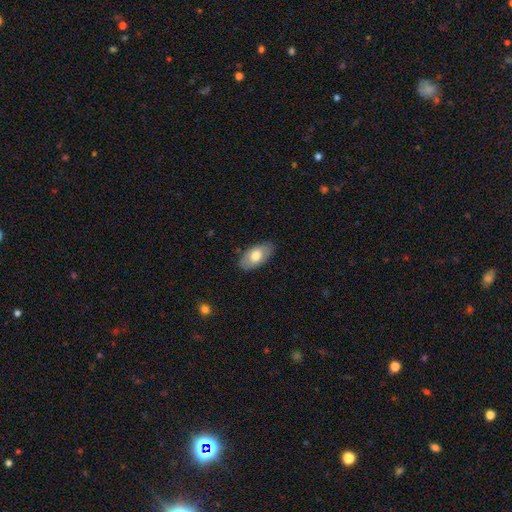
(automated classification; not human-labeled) This is likely a smooth galaxy (69%). How rounded: clearly in between (94%). Merging: clearly none (83%).